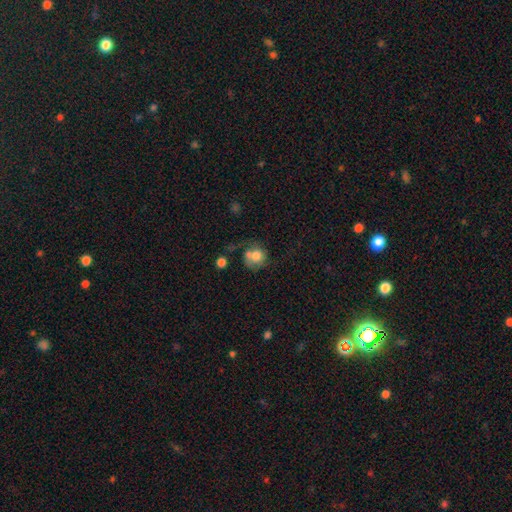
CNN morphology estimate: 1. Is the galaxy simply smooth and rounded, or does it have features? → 70% smooth, 21% featured or disk, 9% star or artifact.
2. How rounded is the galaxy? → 78% round, 21% in between, 1% cigar-shaped.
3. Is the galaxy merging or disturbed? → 35% none, 29% merger, 19% minor disturbance, 17% major disturbance.